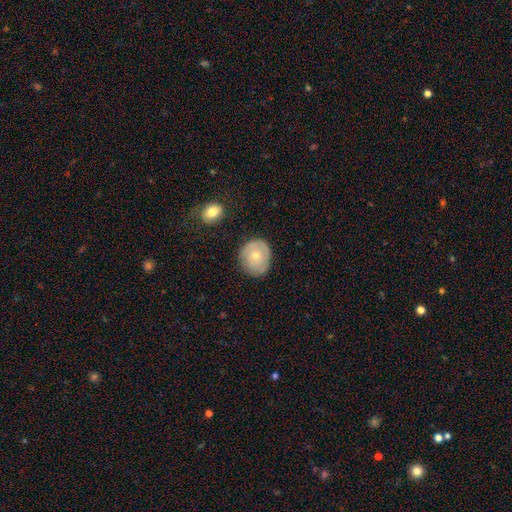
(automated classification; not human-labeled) smooth_or_featured: smooth (p=0.56) [alt: featured or disk p=0.37]
how_rounded: round (p=0.71) [alt: in between p=0.28]
merging: none (p=0.76) [alt: minor disturbance p=0.18]